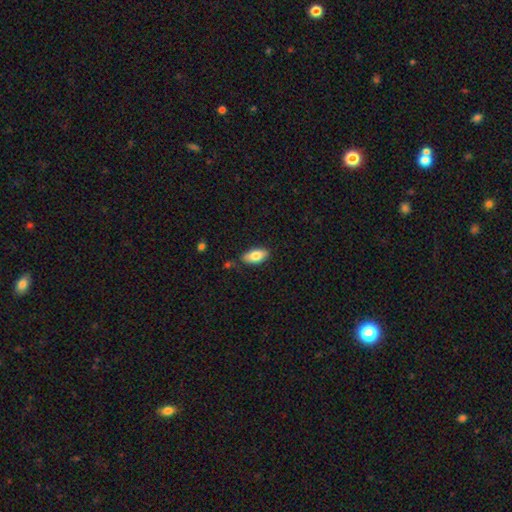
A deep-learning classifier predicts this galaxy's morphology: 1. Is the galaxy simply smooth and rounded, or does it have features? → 78% smooth, 15% featured or disk, 7% star or artifact.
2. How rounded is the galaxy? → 91% in between, 7% cigar-shaped, 3% round.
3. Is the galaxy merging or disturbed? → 78% none, 16% minor disturbance, 3% merger, 3% major disturbance.